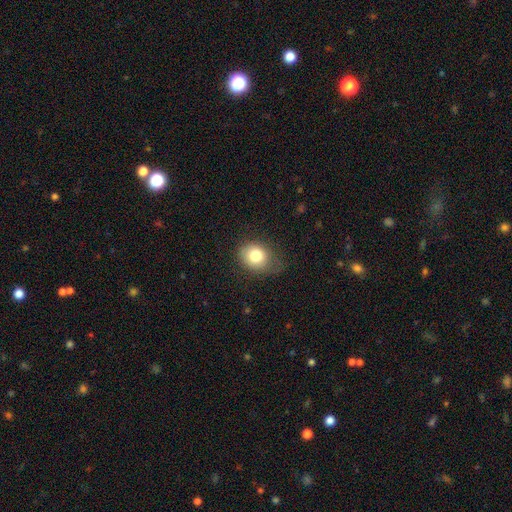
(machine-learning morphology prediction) Smooth or featured? Predicted: smooth (p=0.80). How rounded? Predicted: round (p=0.58). Merging? Predicted: none (p=0.65).